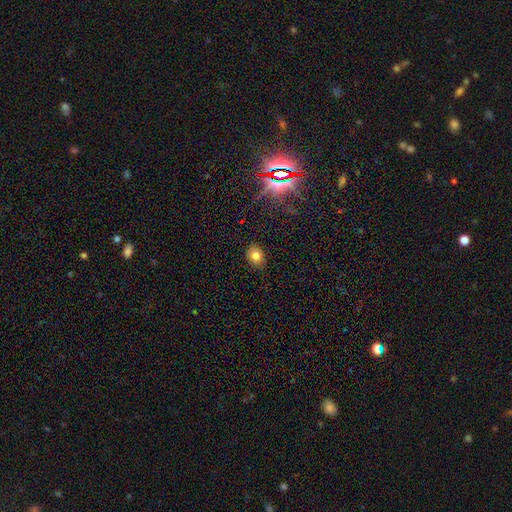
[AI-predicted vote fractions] This appears to be a smooth galaxy with no disk features (77%) that is round (49%, tied with in between). Merging: none (86%).